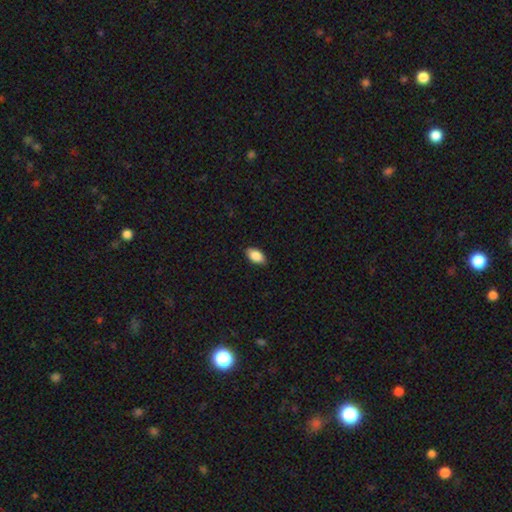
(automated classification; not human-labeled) smooth_or_featured: smooth (p=0.87) [alt: star or artifact p=0.07]
how_rounded: in between (p=0.92) [alt: round p=0.04]
merging: none (p=0.88) [alt: minor disturbance p=0.10]